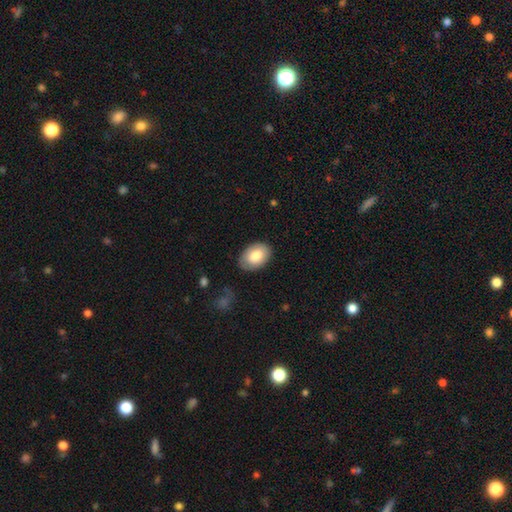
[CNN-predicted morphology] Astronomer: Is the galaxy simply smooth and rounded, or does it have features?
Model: smooth — 80%.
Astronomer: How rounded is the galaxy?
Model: in between — 87%.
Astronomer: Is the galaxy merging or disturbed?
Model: none — 82%.